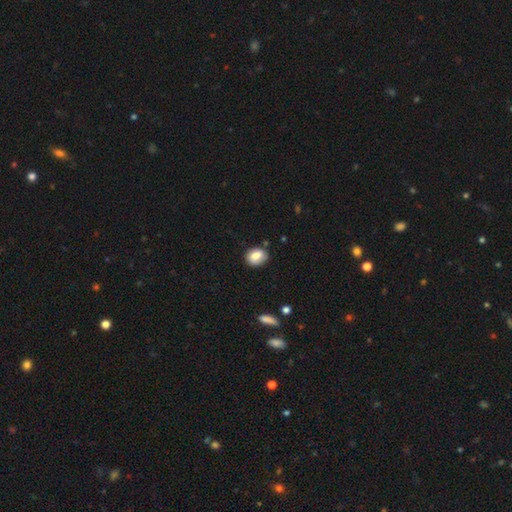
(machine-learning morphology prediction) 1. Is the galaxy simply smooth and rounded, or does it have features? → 80% smooth, 11% featured or disk, 8% star or artifact.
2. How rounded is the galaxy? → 59% in between, 40% round, 1% cigar-shaped.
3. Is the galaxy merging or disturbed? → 76% none, 17% minor disturbance, 4% merger, 3% major disturbance.